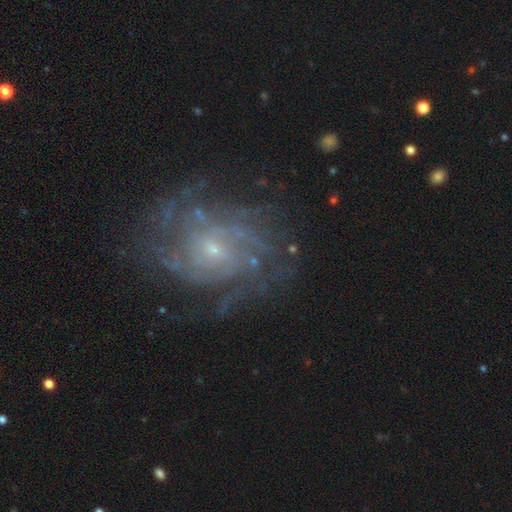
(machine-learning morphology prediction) smooth_or_featured: featured or disk (p=0.85) [alt: star or artifact p=0.09]
disk_edge_on: no (p=0.98) [alt: yes p=0.02]
bar: no (p=0.62) [alt: weak p=0.32]
has_spiral_arms: yes (p=0.93) [alt: no p=0.07]
spiral_winding: tight (p=0.56) [alt: medium p=0.34]
spiral_arm_count: can't tell (p=0.39) [alt: 4 p=0.17]
bulge_size: small (p=0.77) [alt: moderate p=0.18]
merging: none (p=0.72) [alt: minor disturbance p=0.16]